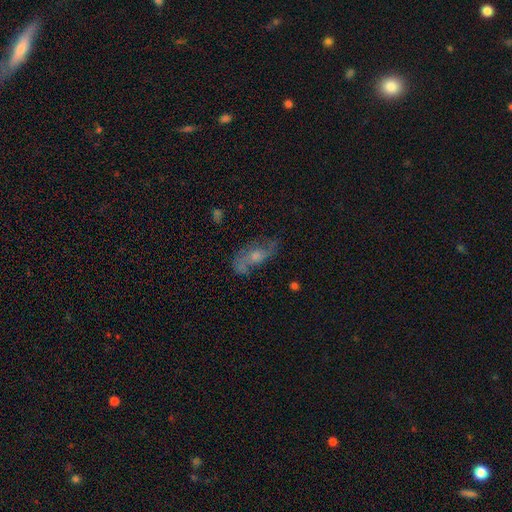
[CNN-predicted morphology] Smooth or featured?
  - featured or disk: 59% *
  - smooth: 29%
  - star or artifact: 12%
Edge-on disk?
  - no: 88% *
  - yes: 12%
Bar?
  - no: 70% *
  - weak: 25%
  - strong: 5%
Spiral arms?
  - yes: 73% *
  - no: 27%
Bulge size?
  - moderate: 47% *
  - small: 34%
  - none: 9%
  - large: 9%
  - dominant: 2%
Merging?
  - none: 53% *
  - minor disturbance: 22%
  - major disturbance: 17%
  - merger: 7%